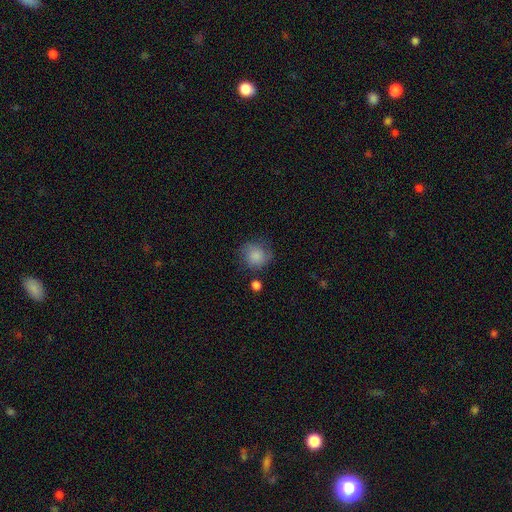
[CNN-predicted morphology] Smooth or featured? smooth (80%)
How rounded? round (82%)
Merging? none (64%)